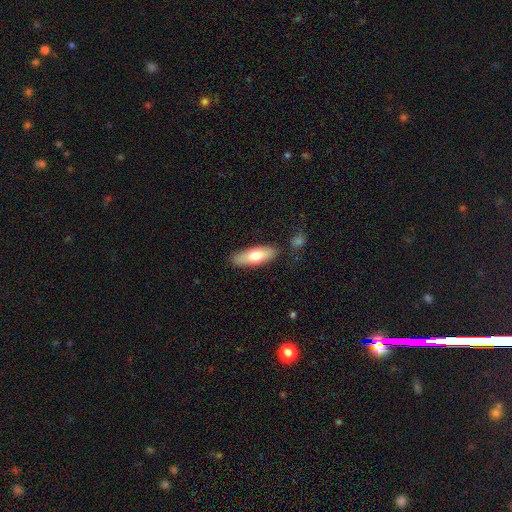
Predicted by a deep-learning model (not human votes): This is likely a smooth galaxy (68%). How rounded: likely in between (62%). Merging: clearly none (82%).